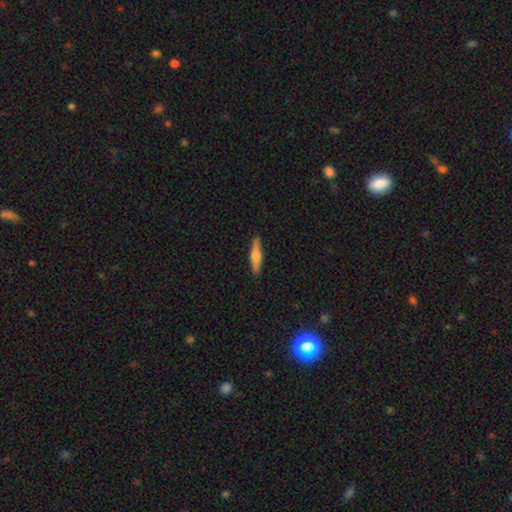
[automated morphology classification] Overall: smooth (47%, tied with featured or disk). Merging: none (90%).